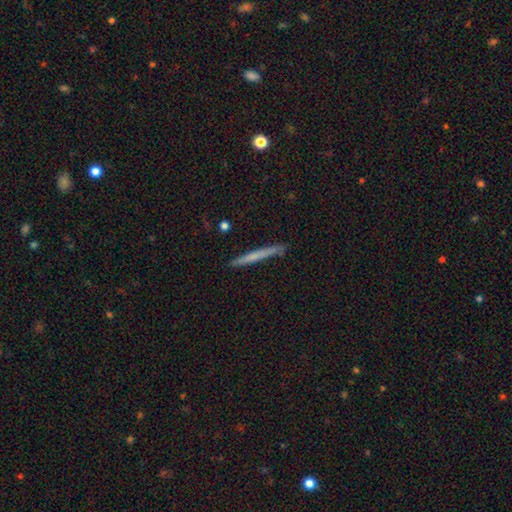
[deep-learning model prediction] The model was most divided on "smooth or featured": smooth: 56%, featured or disk: 37%, star or artifact: 6%. More confident: how rounded — cigar-shaped (97%); merging — none (87%).